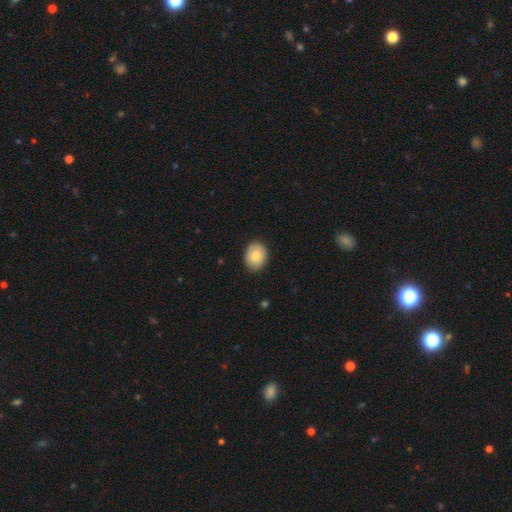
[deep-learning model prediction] Q: Smooth or featured?
A: smooth (82%); runner-up: featured or disk (11%)
Q: How rounded?
A: in between (53%); runner-up: round (46%)
Q: Merging?
A: none (87%); runner-up: minor disturbance (10%)